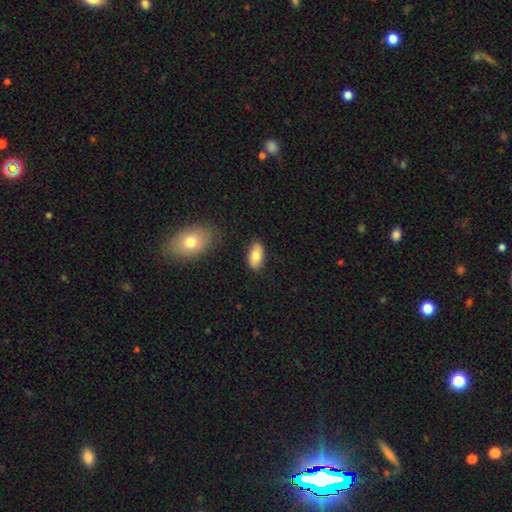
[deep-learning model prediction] Smooth or featured: smooth — 80% (featured or disk — 14%)
How rounded: in between — 93% (round — 4%)
Merging: none — 84% (minor disturbance — 12%)